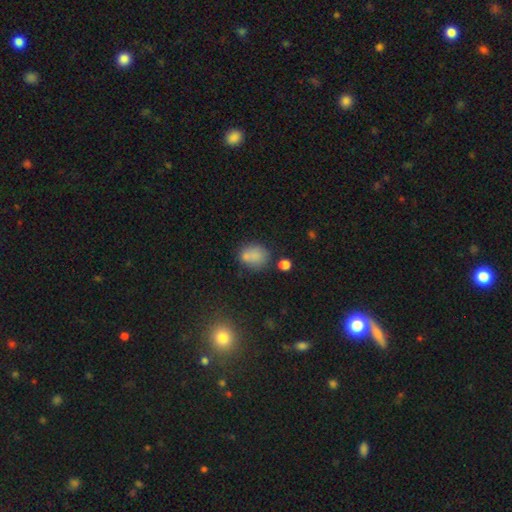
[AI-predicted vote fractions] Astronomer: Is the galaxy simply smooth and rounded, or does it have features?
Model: smooth — 77%.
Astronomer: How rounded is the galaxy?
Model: round — 64%.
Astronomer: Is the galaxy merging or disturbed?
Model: none — 54%.